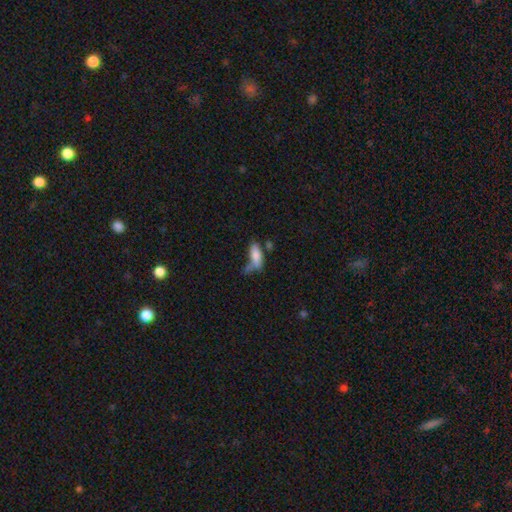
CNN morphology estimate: Q: Smooth or featured?
A: smooth (77%); runner-up: featured or disk (15%)
Q: How rounded?
A: in between (70%); runner-up: cigar-shaped (28%)
Q: Merging?
A: none (38%); runner-up: minor disturbance (25%)